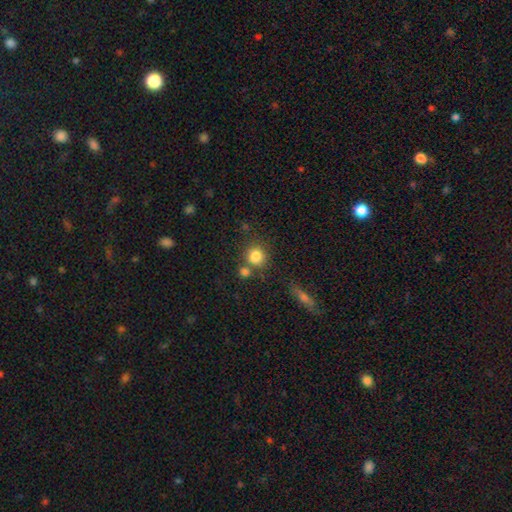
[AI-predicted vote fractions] A smooth galaxy with no disk features (82%) that is round (88%).

Vote fractions:
- Smooth or featured? smooth: 82% / star or artifact: 11% / featured or disk: 7%
- How rounded? round: 88% / in between: 11% / cigar-shaped: 1%
- Merging? none: 67% / merger: 19% / minor disturbance: 10% / major disturbance: 4%